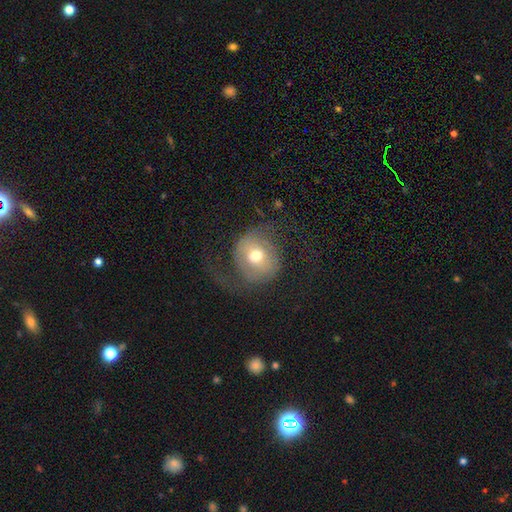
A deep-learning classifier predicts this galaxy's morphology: This appears to be a featured or disk galaxy (51%). Merging: none (44%).